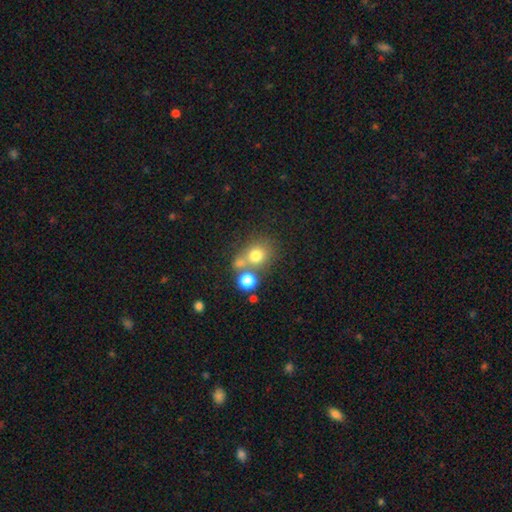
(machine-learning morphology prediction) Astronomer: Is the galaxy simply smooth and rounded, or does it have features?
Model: smooth — 73%.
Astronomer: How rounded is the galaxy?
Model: round — 79%.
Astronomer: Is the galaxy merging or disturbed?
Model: none — 52% (runner-up: merger, 33%).